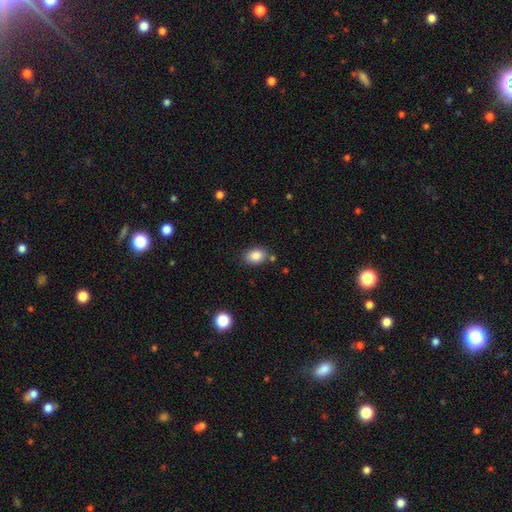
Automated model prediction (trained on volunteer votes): The model was most divided on "how rounded": in between: 78%, round: 21%, cigar-shaped: 1%. More confident: smooth or featured — smooth (86%); merging — none (80%).